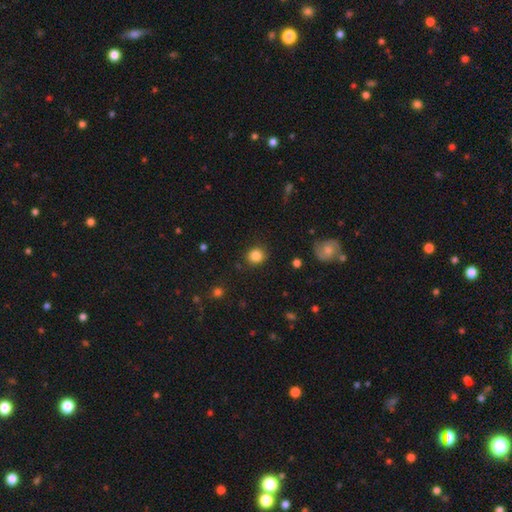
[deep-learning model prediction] This is clearly a smooth galaxy (85%). How rounded: clearly round (84%). Merging: clearly none (87%).